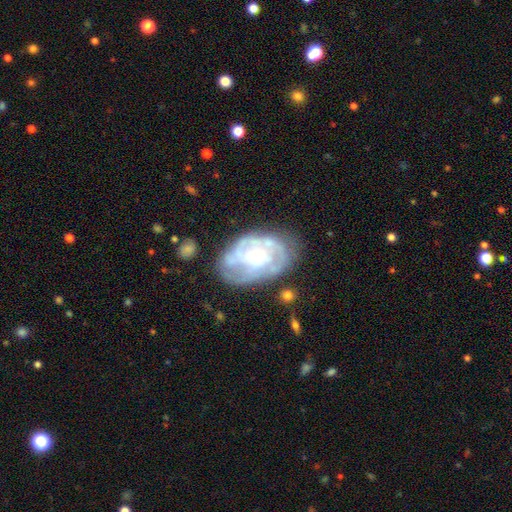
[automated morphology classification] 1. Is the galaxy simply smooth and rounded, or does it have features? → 77% featured or disk, 17% smooth, 6% star or artifact.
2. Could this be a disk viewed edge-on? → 97% no, 3% yes.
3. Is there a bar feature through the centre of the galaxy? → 71% no, 23% weak, 5% strong.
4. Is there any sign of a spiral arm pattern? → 77% yes, 23% no.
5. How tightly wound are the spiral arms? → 59% tight, 31% medium, 10% loose.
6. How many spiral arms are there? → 48% can't tell, 20% 2, 16% 3, 7% 4, 5% 1, 4% more than 4.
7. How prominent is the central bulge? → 60% small, 30% moderate, 5% none, 4% large, 1% dominant.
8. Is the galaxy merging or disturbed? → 60% none, 23% minor disturbance, 13% major disturbance, 4% merger.